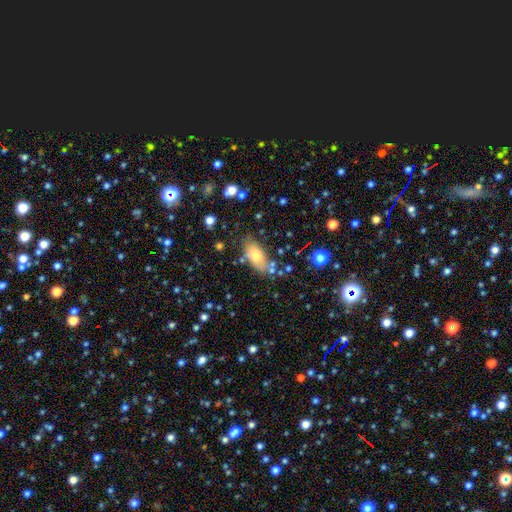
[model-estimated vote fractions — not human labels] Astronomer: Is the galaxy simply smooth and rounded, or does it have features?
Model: smooth — 73%.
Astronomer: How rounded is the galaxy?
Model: in between — 88%.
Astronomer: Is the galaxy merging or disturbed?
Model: none — 67%.